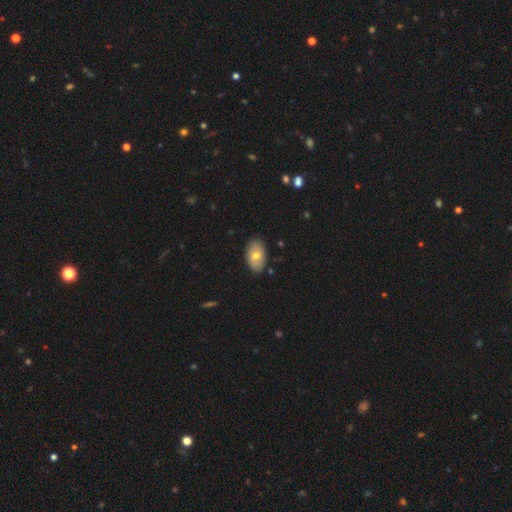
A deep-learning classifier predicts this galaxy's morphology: The model was most divided on "smooth or featured": smooth: 68%, featured or disk: 25%, star or artifact: 7%. More confident: how rounded — in between (92%); merging — none (85%).